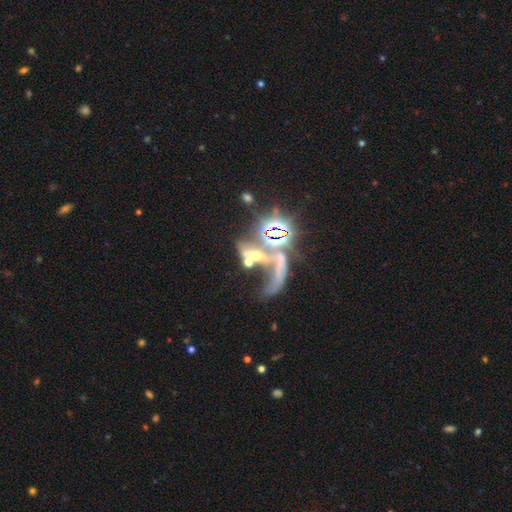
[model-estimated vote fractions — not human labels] Smooth or featured? featured or disk (43%)
Merging? merger (49%)